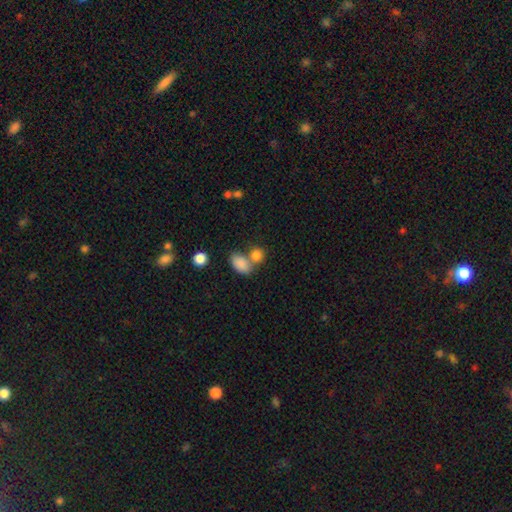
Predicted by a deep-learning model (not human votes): Smooth or featured? Predicted: smooth (p=0.84). How rounded? Predicted: in between (p=0.52). Merging? Predicted: none (p=0.45).